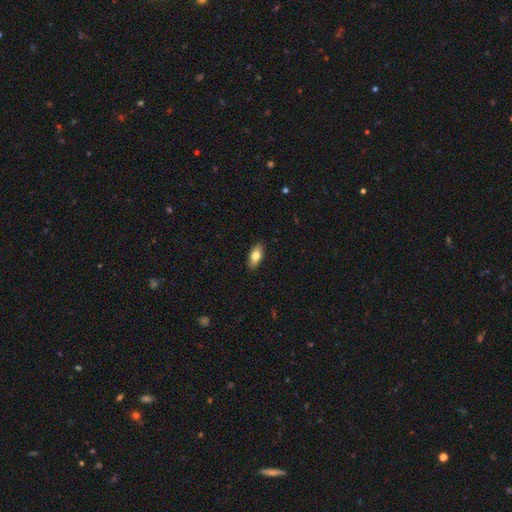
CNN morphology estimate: Q: Smooth or featured?
A: smooth (75%); runner-up: featured or disk (19%)
Q: How rounded?
A: in between (84%); runner-up: cigar-shaped (13%)
Q: Merging?
A: none (89%); runner-up: minor disturbance (8%)